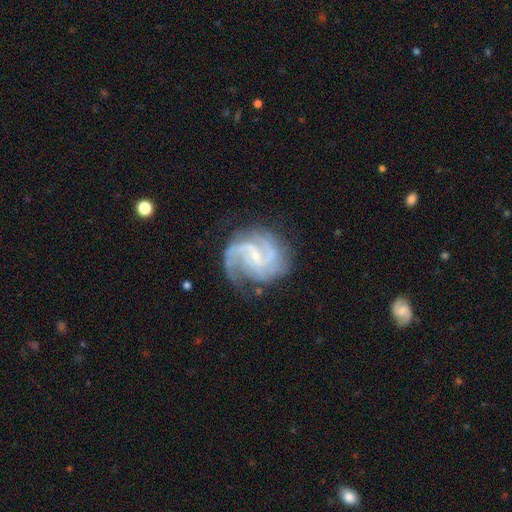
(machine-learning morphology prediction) Smooth or featured?
  - featured or disk: 90% *
  - star or artifact: 5%
  - smooth: 5%
Edge-on disk?
  - no: 98% *
  - yes: 2%
Bar?
  - weak: 52% *
  - no: 32%
  - strong: 15%
Spiral arms?
  - yes: 98% *
  - no: 2%
Spiral winding?
  - medium: 52% *
  - tight: 32%
  - loose: 16%
Spiral arm count?
  - 2: 38% *
  - 3: 30%
  - can't tell: 13%
  - 4: 8%
  - 1: 5%
  - more than 4: 5%
Bulge size?
  - small: 74% *
  - moderate: 17%
  - none: 7%
  - large: 1%
  - dominant: 1%
Merging?
  - none: 68% *
  - minor disturbance: 19%
  - major disturbance: 11%
  - merger: 2%